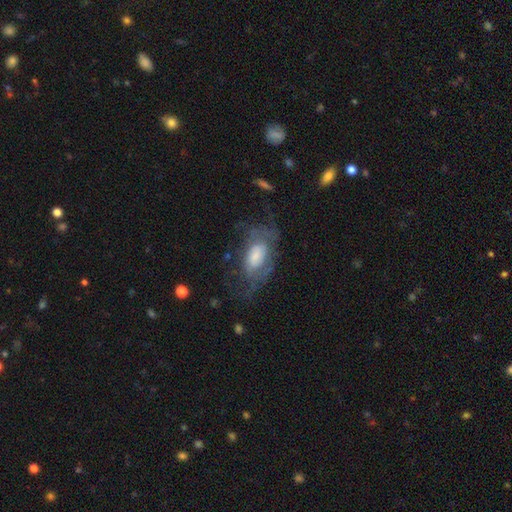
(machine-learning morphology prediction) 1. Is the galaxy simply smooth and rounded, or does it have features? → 57% featured or disk, 35% smooth, 8% star or artifact.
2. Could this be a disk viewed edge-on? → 92% no, 8% yes.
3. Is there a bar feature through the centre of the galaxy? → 65% no, 28% weak, 7% strong.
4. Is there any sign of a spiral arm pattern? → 64% yes, 36% no.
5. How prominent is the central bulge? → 35% large, 34% moderate, 20% small, 7% none, 4% dominant.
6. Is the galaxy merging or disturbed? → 48% none, 27% major disturbance, 24% minor disturbance, 2% merger.